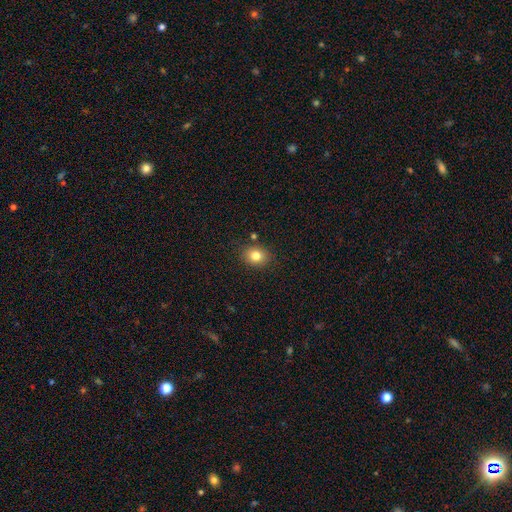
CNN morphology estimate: Smooth or featured: smooth — 81% (star or artifact — 11%)
How rounded: round — 62% (in between — 37%)
Merging: none — 85% (minor disturbance — 10%)